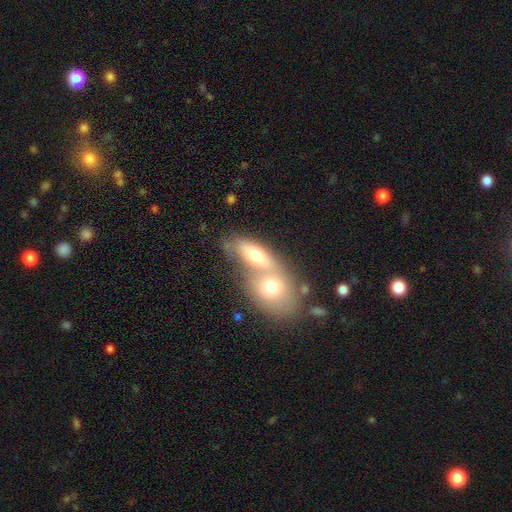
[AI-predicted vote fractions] This appears to be a smooth galaxy with no disk features (64%) that is in between round and cigar-shaped (76%). Merging: merger (72%).